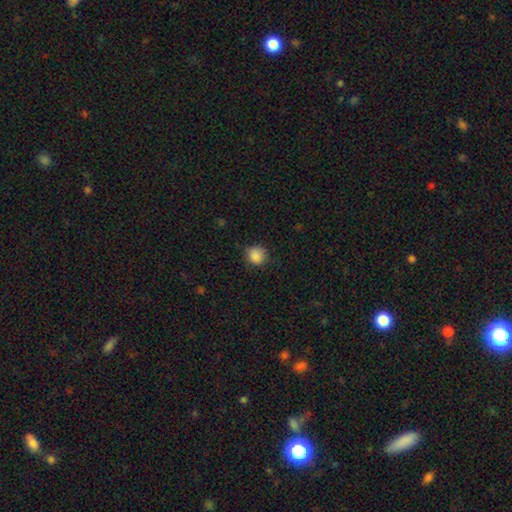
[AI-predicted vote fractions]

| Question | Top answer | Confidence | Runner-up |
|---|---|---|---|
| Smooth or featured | smooth | 86% | star or artifact (10%) |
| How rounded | round | 82% | in between (17%) |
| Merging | none | 76% | minor disturbance (19%) |